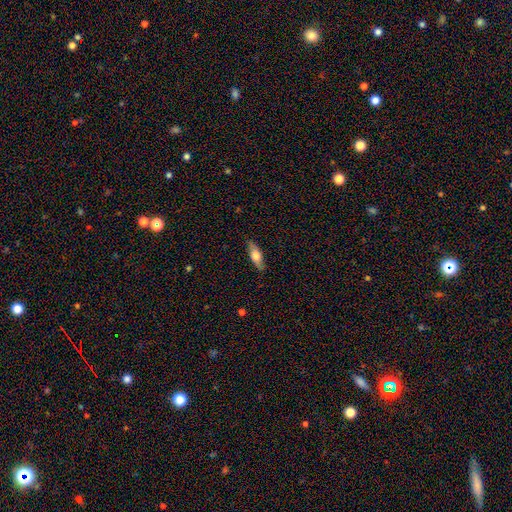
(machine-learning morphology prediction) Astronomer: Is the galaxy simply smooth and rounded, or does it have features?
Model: smooth — 59% (runner-up: featured or disk, 35%).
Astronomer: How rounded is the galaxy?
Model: in between — 58% (runner-up: cigar-shaped, 39%).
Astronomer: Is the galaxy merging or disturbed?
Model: none — 84%.